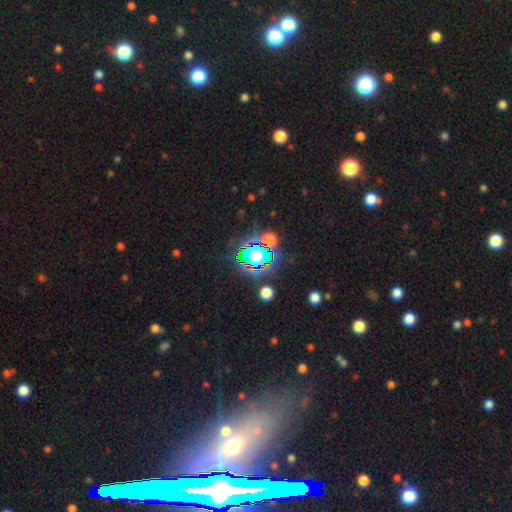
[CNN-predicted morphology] Overall: star or artifact (57%; smooth 30%).